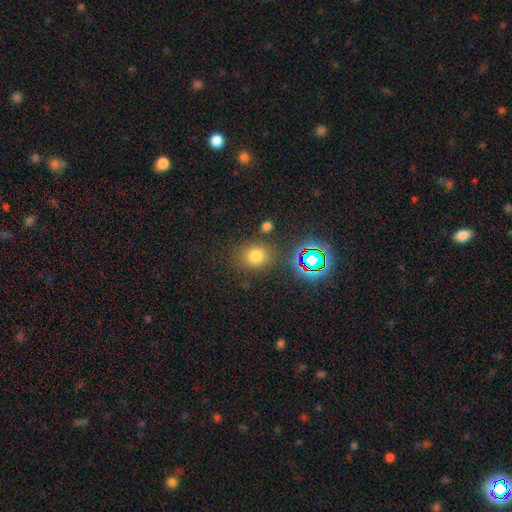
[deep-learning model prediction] A smooth galaxy with no disk features (71%) that is round (70%).

Vote fractions:
- Smooth or featured? smooth: 71% / star or artifact: 22% / featured or disk: 8%
- How rounded? round: 70% / in between: 29% / cigar-shaped: 1%
- Merging? none: 79% / minor disturbance: 11% / merger: 6% / major disturbance: 4%